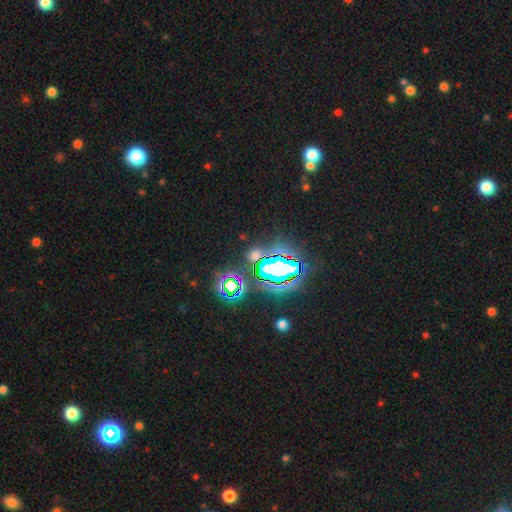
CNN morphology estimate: Smooth or featured? Predicted: star or artifact (p=0.69).